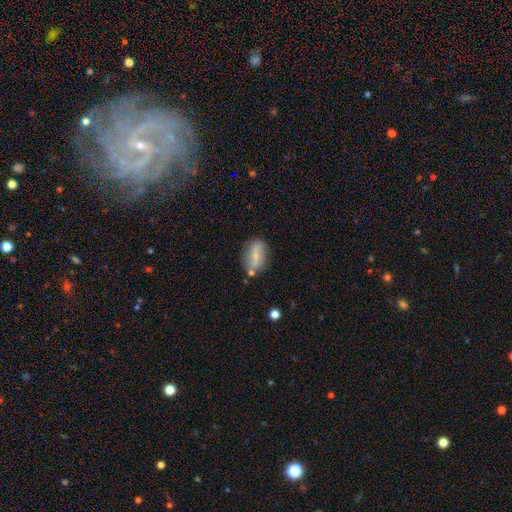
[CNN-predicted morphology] smooth_or_featured: smooth (p=0.57) [alt: featured or disk p=0.34]
how_rounded: in between (p=0.79) [alt: cigar-shaped p=0.10]
merging: none (p=0.75) [alt: minor disturbance p=0.16]